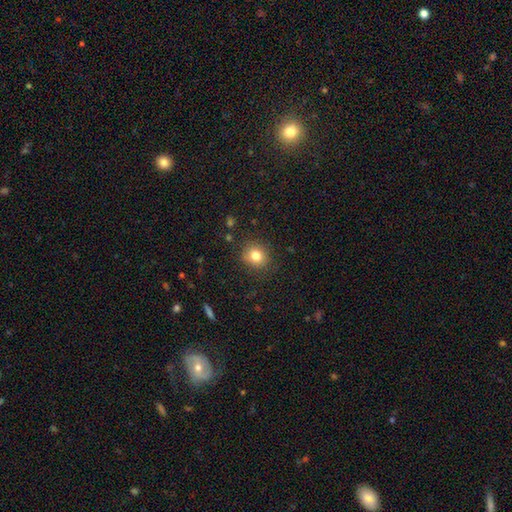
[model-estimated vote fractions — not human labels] Smooth or featured? smooth (81%)
How rounded? round (81%)
Merging? none (87%)